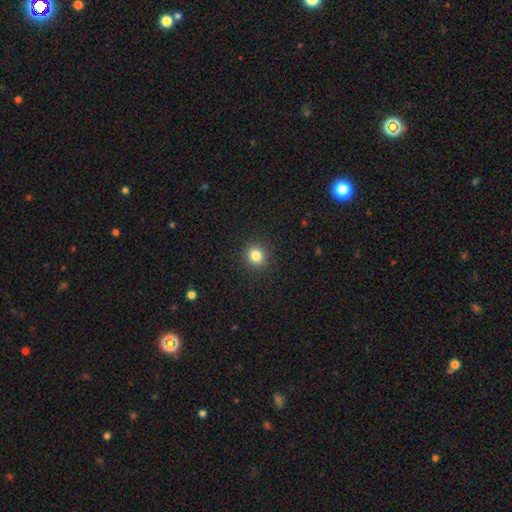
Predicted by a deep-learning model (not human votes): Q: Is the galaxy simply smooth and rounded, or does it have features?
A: smooth — 83%.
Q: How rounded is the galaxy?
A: round — 88%.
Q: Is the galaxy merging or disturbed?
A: none — 92%.